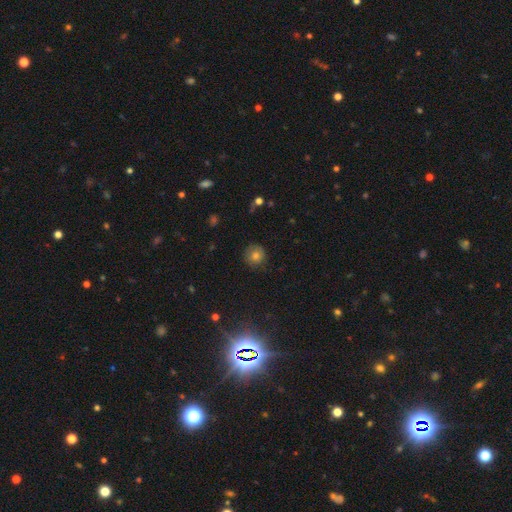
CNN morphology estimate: smooth_or_featured: smooth (p=0.72) [alt: featured or disk p=0.15]
how_rounded: round (p=0.93) [alt: in between p=0.06]
merging: none (p=0.83) [alt: minor disturbance p=0.13]